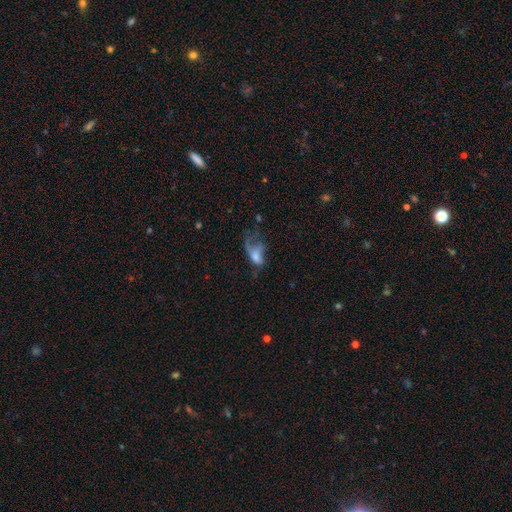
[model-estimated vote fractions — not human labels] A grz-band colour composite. It shows a smooth galaxy with no disk features (52%) that is in between round and cigar-shaped (84%). Merging: major disturbance (61%).